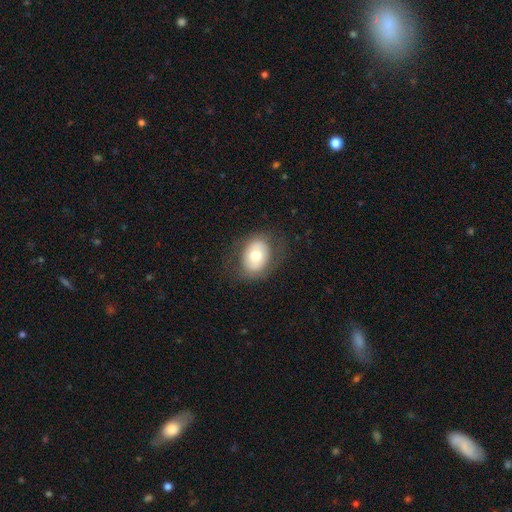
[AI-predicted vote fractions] A smooth galaxy with no disk features (66%) that is in between round and cigar-shaped (63%).

Vote fractions:
- Smooth or featured? smooth: 66% / featured or disk: 26% / star or artifact: 8%
- How rounded? in between: 63% / round: 36% / cigar-shaped: 1%
- Merging? none: 79% / minor disturbance: 13% / major disturbance: 7% / merger: 1%